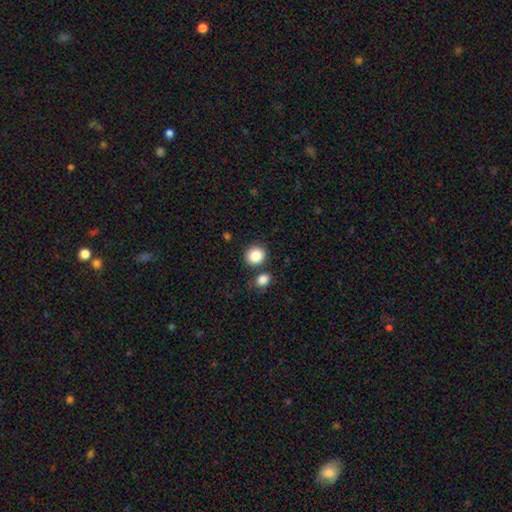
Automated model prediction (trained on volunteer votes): Morphology: type=smooth (86%); roundness=round (86%); merging=none (80%).